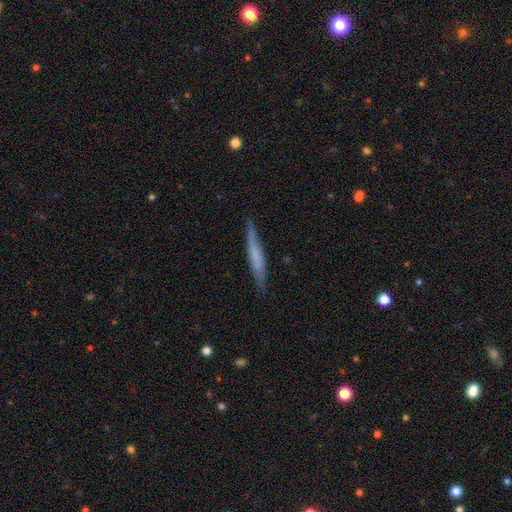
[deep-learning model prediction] This is possibly a smooth galaxy (56%). How rounded: clearly cigar-shaped (95%). Merging: clearly none (85%).